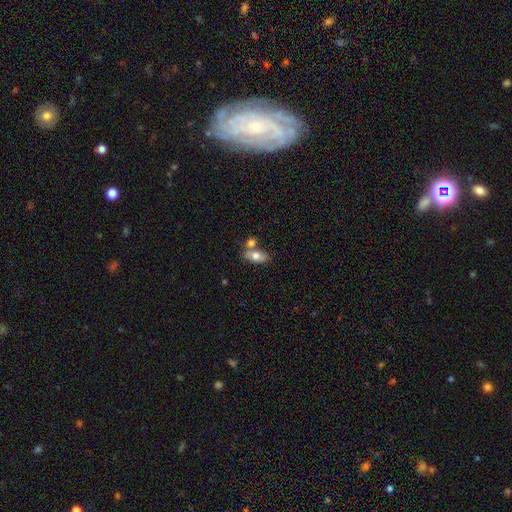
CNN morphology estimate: Smooth or featured? Predicted: smooth (p=0.71). How rounded? Predicted: in between (p=0.86). Merging? Predicted: none (p=0.47).